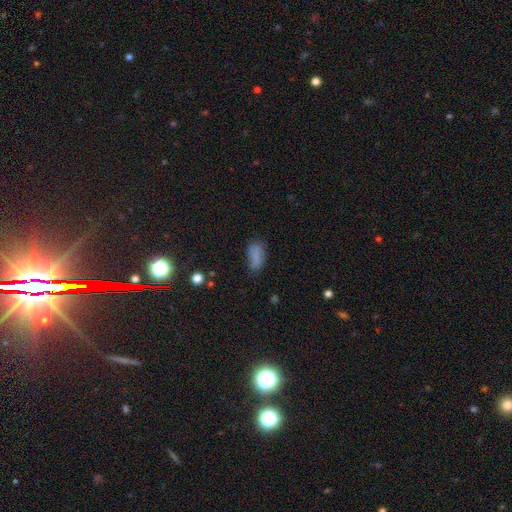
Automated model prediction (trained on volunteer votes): smooth_or_featured: smooth (p=0.80) [alt: star or artifact p=0.12]
how_rounded: in between (p=0.86) [alt: cigar-shaped p=0.11]
merging: none (p=0.59) [alt: minor disturbance p=0.27]